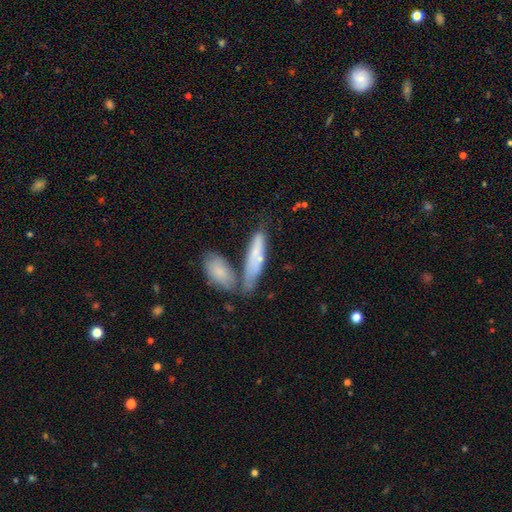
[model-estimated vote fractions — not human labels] Smooth or featured? smooth (63%)
How rounded? cigar-shaped (63%)
Merging? none (44%)